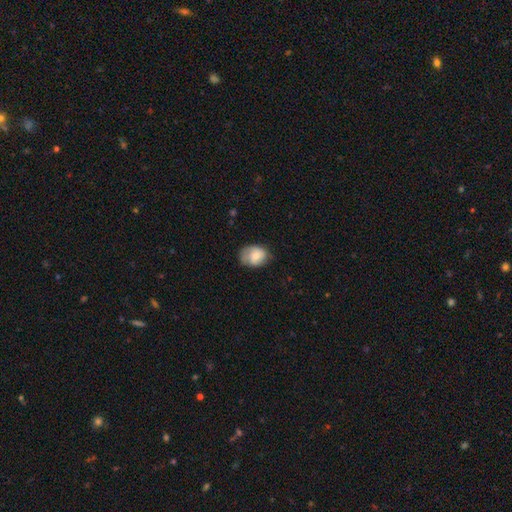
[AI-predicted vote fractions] This is likely a smooth galaxy (67%). How rounded: possibly in between (59%). Merging: possibly none (53%).